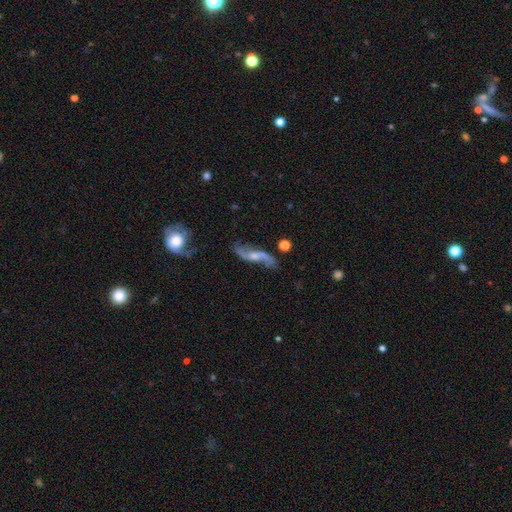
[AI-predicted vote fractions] Q: Smooth or featured?
A: featured or disk (84%); runner-up: smooth (10%)
Q: Edge-on disk?
A: no (88%); runner-up: yes (12%)
Q: Bar?
A: no (45%); runner-up: weak (43%)
Q: Spiral arms?
A: yes (95%); runner-up: no (5%)
Q: Spiral winding?
A: loose (84%); runner-up: medium (12%)
Q: Spiral arm count?
A: 2 (92%); runner-up: can't tell (3%)
Q: Bulge size?
A: moderate (40%); runner-up: small (39%)
Q: Merging?
A: none (70%); runner-up: minor disturbance (17%)